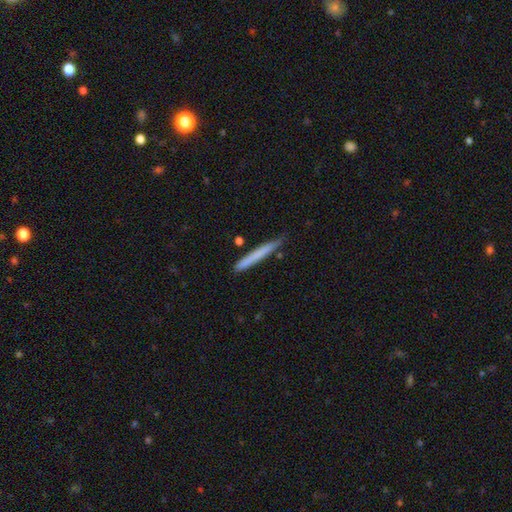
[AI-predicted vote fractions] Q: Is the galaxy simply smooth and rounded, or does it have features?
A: smooth — 68%.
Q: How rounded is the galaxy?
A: cigar-shaped — 97%.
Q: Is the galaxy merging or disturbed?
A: none — 82%.